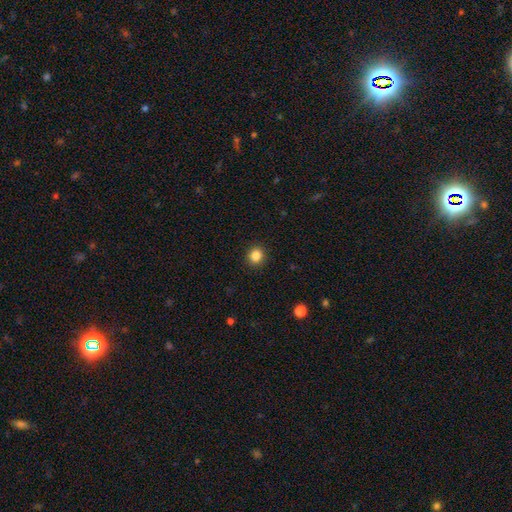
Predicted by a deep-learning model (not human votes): Q: Smooth or featured?
A: smooth (85%); runner-up: star or artifact (11%)
Q: How rounded?
A: round (88%); runner-up: in between (11%)
Q: Merging?
A: none (92%); runner-up: minor disturbance (5%)